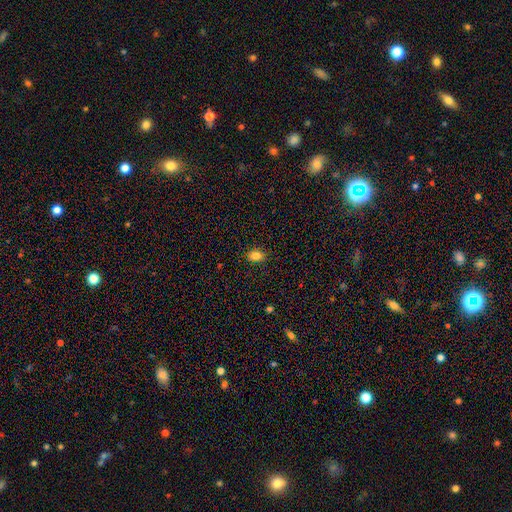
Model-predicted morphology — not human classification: smooth-or-featured: smooth: 84% | star or artifact: 11% | featured or disk: 5%
  how-rounded: in between: 64% | round: 35% | cigar-shaped: 1%
  merging: none: 89% | minor disturbance: 8% | major disturbance: 2% | merger: 1%